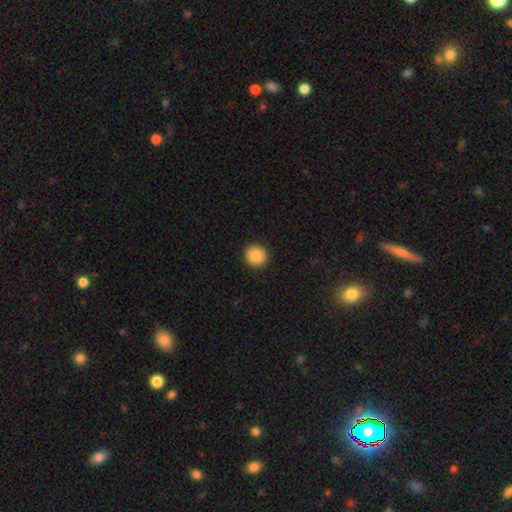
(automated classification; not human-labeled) A smooth galaxy with no disk features (86%) that is round (93%). Merging: none (93%).